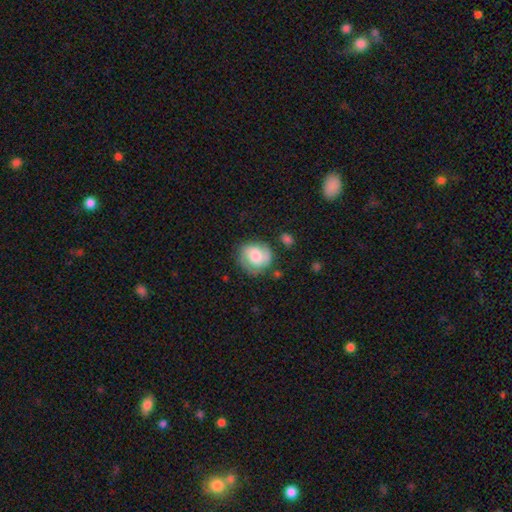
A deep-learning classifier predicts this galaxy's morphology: Smooth or featured? Predicted: featured or disk (p=0.47). Merging? Predicted: none (p=0.71).